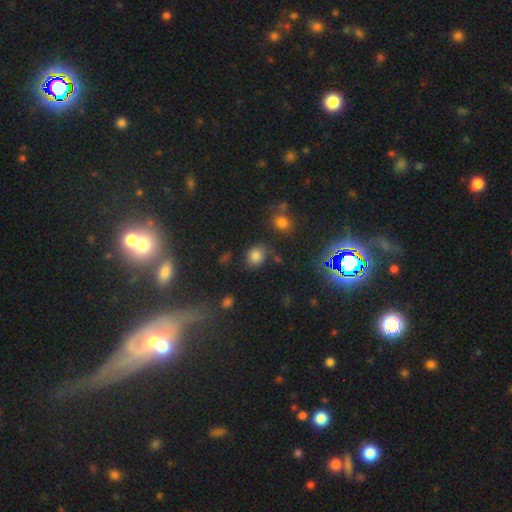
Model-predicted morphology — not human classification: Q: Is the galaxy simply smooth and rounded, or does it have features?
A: smooth — 77%.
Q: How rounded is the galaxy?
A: round — 64%.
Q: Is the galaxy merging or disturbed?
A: none — 70%.